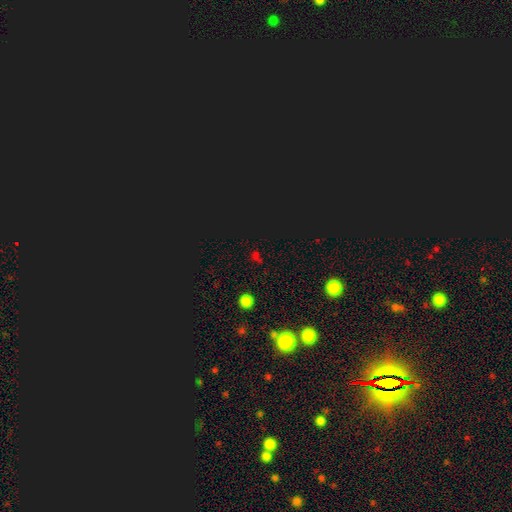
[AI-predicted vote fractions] Morphology: type=star or artifact (67%).